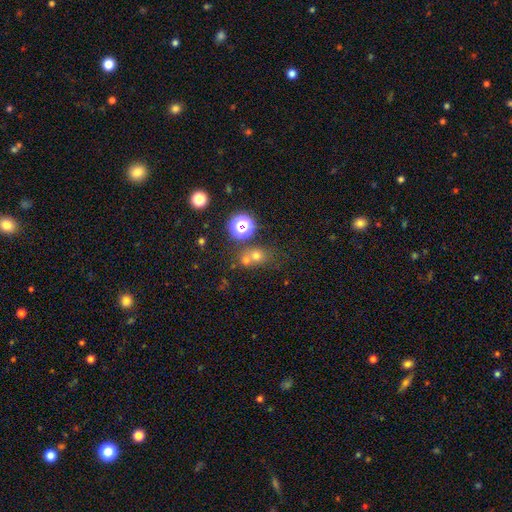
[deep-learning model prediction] Smooth or featured? Predicted: smooth (p=0.61). How rounded? Predicted: round (p=0.75). Merging? Predicted: none (p=0.49).